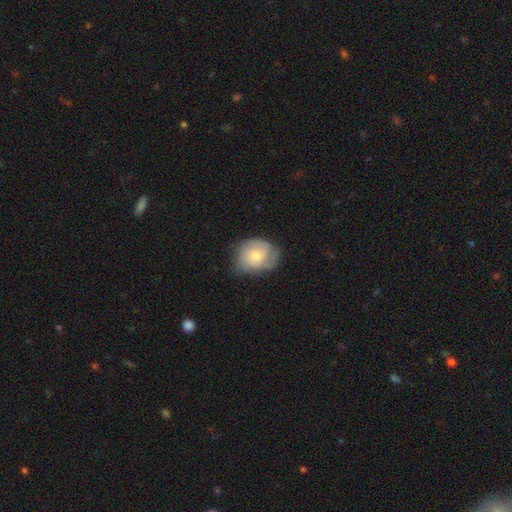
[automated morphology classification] A smooth galaxy with no disk features (58%) that is round (51%).

Vote fractions:
- Smooth or featured? smooth: 58% / featured or disk: 36% / star or artifact: 7%
- How rounded? round: 51% / in between: 48% / cigar-shaped: 1%
- Merging? none: 56% / minor disturbance: 32% / major disturbance: 11% / merger: 2%